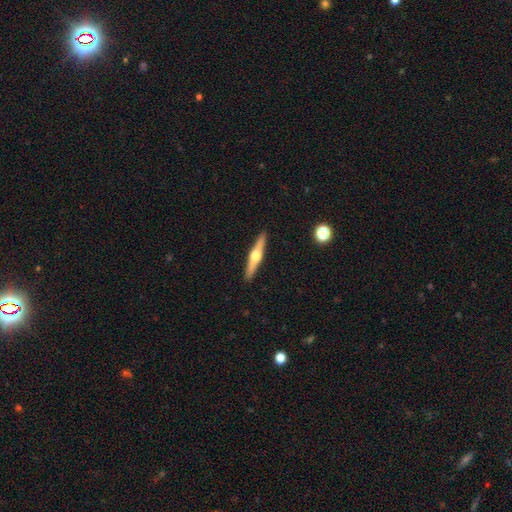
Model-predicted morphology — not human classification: This is likely a featured or disk galaxy (71%). It is clearly viewed edge-on (98%). Edge-on bulge: clearly rounded (95%). Merging: clearly none (92%).